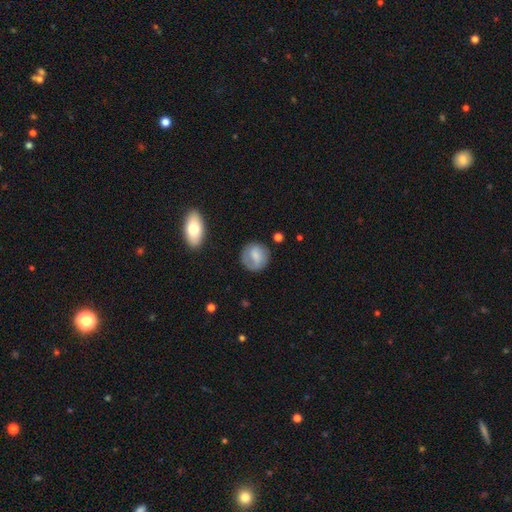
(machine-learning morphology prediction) A smooth galaxy with no disk features (71%) that is round (84%). Merging: none (74%).